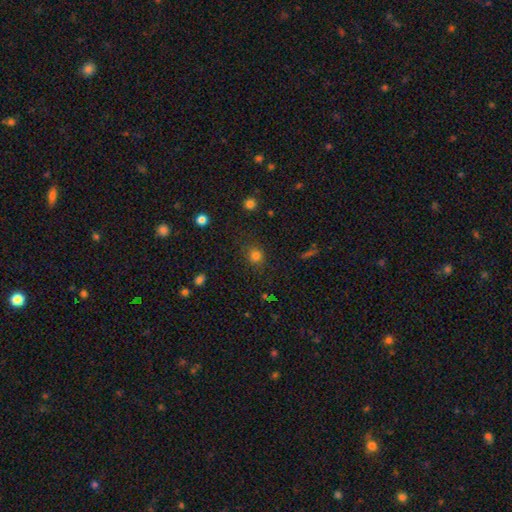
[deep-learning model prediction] Smooth or featured?
  - smooth: 79% *
  - star or artifact: 16%
  - featured or disk: 5%
How rounded?
  - round: 82% *
  - in between: 17%
  - cigar-shaped: 1%
Merging?
  - none: 81% *
  - minor disturbance: 12%
  - major disturbance: 5%
  - merger: 2%